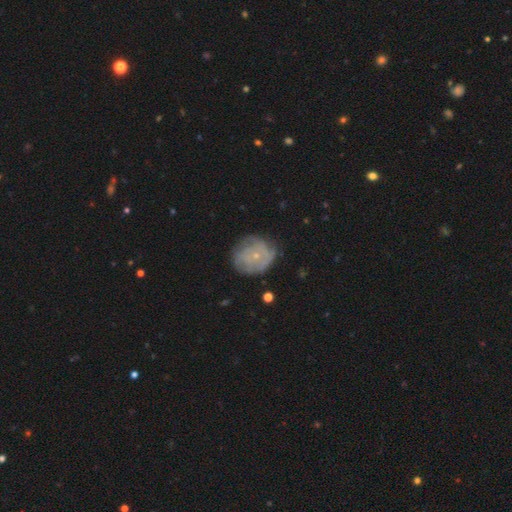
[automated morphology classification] A featured or disk galaxy (53%) with no bar (87%), spiral arms (55%) and a small central bulge (81%).

Vote fractions:
- Smooth or featured? featured or disk: 53% / smooth: 38% / star or artifact: 9%
- Edge-on disk? no: 97% / yes: 3%
- Bar? no: 87% / weak: 11% / strong: 2%
- Spiral arms? yes: 55% / no: 45%
- Bulge size? small: 81% / moderate: 15% / none: 3% / large: 1% / dominant: 1%
- Merging? none: 67% / minor disturbance: 23% / major disturbance: 9% / merger: 2%